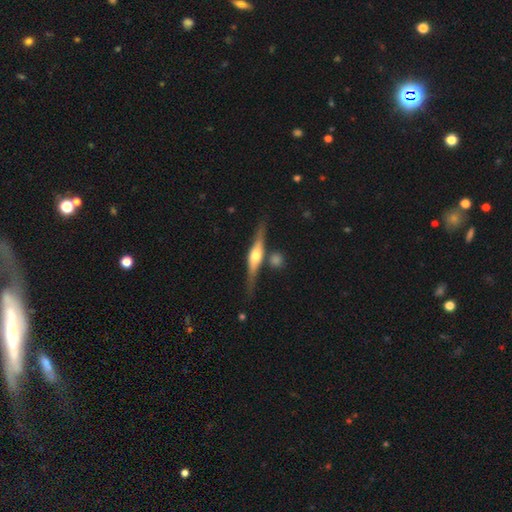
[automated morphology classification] smooth-or-featured: featured or disk: 74% | smooth: 20% | star or artifact: 5%
  disk-edge-on: yes: 96% | no: 4%
    edge-on-bulge: rounded: 90% | boxy: 7% | none: 3%
  merging: none: 76% | minor disturbance: 12% | merger: 9% | major disturbance: 3%